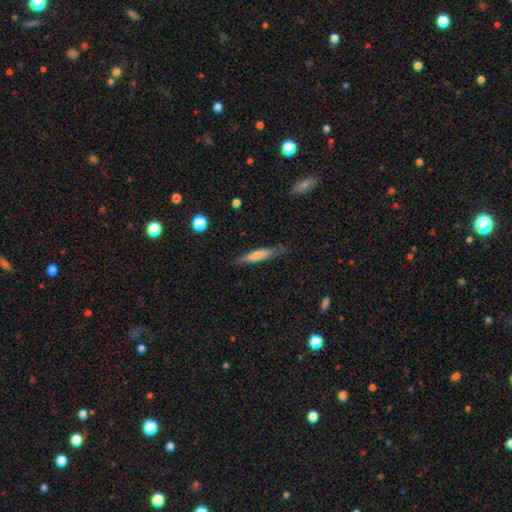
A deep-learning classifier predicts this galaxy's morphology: Smooth or featured? smooth (66%)
How rounded? cigar-shaped (82%)
Merging? none (73%)